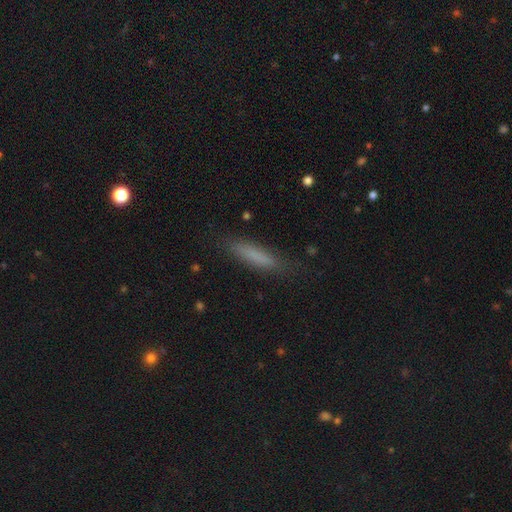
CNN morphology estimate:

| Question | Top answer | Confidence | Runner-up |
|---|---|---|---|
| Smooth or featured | smooth | 77% | featured or disk (14%) |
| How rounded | cigar-shaped | 81% | in between (18%) |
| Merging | none | 83% | minor disturbance (12%) |